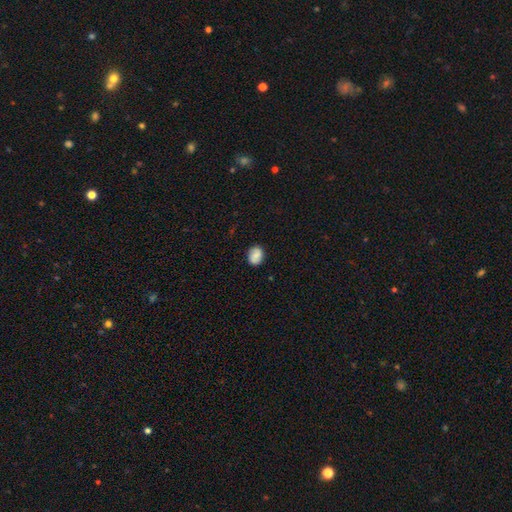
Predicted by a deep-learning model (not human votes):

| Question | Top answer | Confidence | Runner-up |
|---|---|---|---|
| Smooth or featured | smooth | 77% | featured or disk (14%) |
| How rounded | in between | 51% | round (48%) |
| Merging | none | 84% | minor disturbance (12%) |